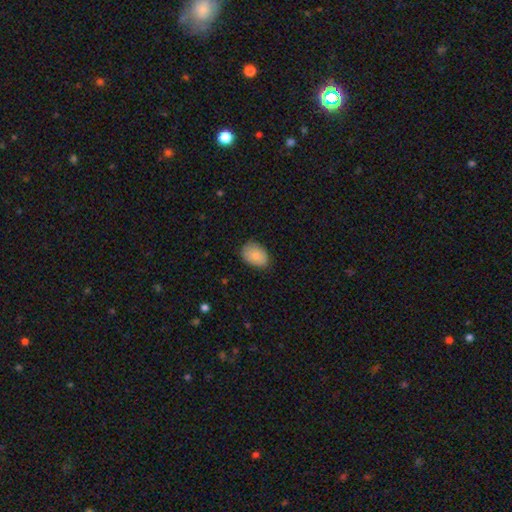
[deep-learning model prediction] This appears to be a smooth galaxy with no disk features (84%) that is in between round and cigar-shaped (80%). Merging: none (79%).